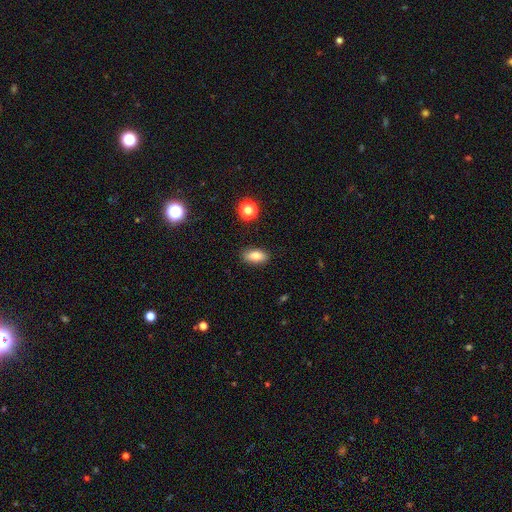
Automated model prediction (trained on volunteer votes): The model was most divided on "smooth or featured": smooth: 82%, star or artifact: 9%, featured or disk: 9%. More confident: merging — none (88%); how rounded — in between (87%).